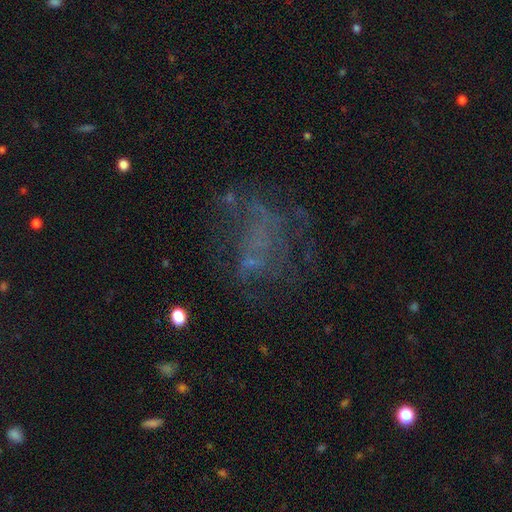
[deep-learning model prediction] Smooth or featured: featured or disk — 51% (star or artifact — 27%)
Edge-on disk: no — 97% (yes — 3%)
Merging: none — 45% (major disturbance — 34%)